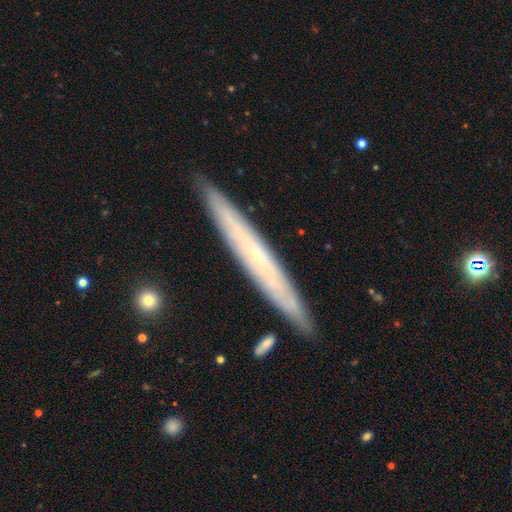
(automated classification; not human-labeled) Smooth or featured: featured or disk — 61% (smooth — 33%)
Edge-on disk: yes — 87% (no — 13%)
Edge-on bulge: none — 71% (rounded — 26%)
Merging: none — 89% (minor disturbance — 8%)